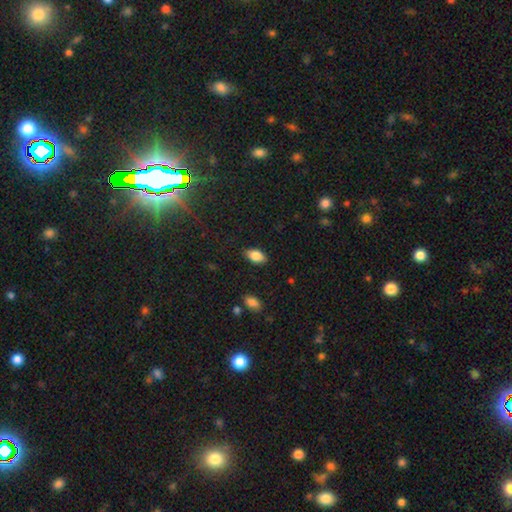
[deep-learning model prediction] A smooth galaxy with no disk features (83%) that is in between round and cigar-shaped (92%).

Vote fractions:
- Smooth or featured? smooth: 83% / featured or disk: 9% / star or artifact: 8%
- How rounded? in between: 92% / round: 5% / cigar-shaped: 3%
- Merging? none: 86% / minor disturbance: 10% / major disturbance: 2% / merger: 1%